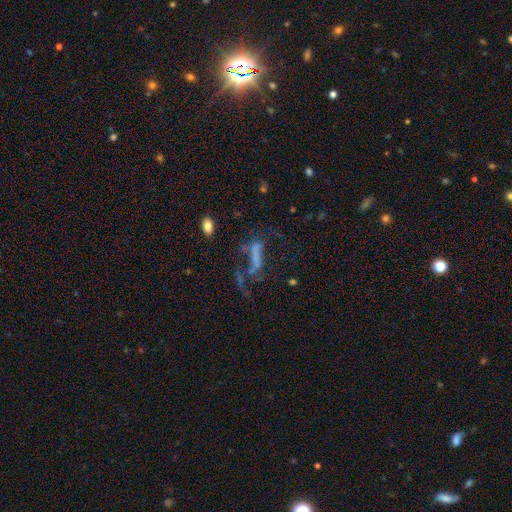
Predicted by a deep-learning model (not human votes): Smooth or featured?
  - featured or disk: 43% *
  - smooth: 31%
  - star or artifact: 26%
Merging?
  - major disturbance: 42% *
  - none: 32%
  - minor disturbance: 13%
  - merger: 12%